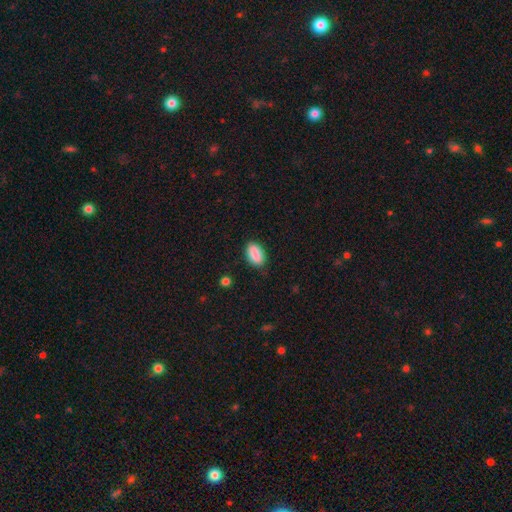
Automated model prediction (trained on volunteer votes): A smooth galaxy with no disk features (89%) that is in between round and cigar-shaped (92%). Merging: none (86%).